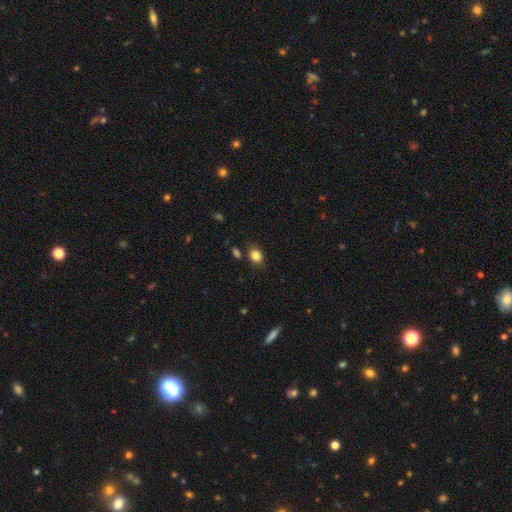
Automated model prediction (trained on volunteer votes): This appears to be a smooth galaxy with no disk features (83%) that is round (50%). Merging: none (79%).